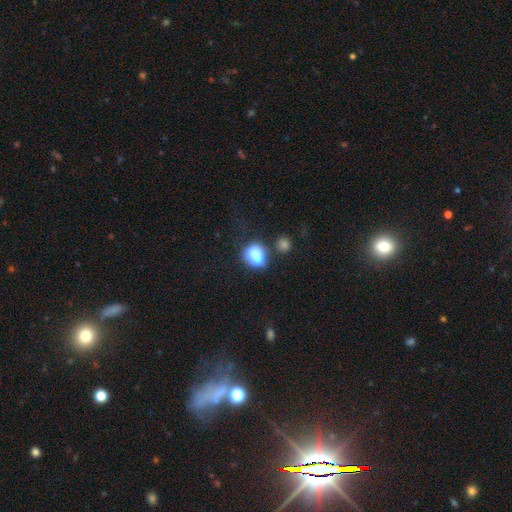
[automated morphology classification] smooth 77%, featured or disk 13%, star or artifact 10%. Down the decision tree: how rounded — in between (51%); merging — none (40%).